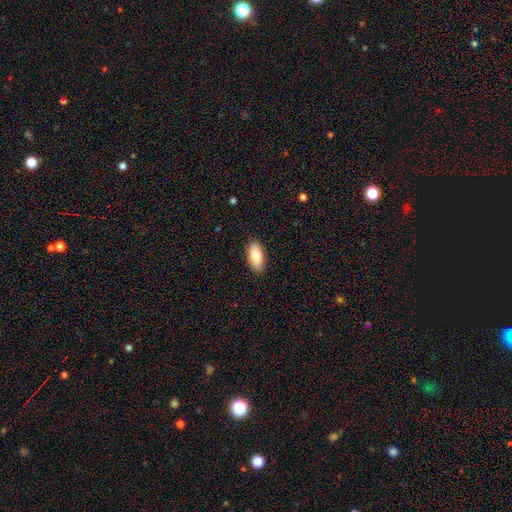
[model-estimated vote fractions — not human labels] smooth-or-featured: smooth: 86% | featured or disk: 8% | star or artifact: 6%
  how-rounded: in between: 92% | cigar-shaped: 6% | round: 2%
  merging: none: 88% | minor disturbance: 9% | major disturbance: 2% | merger: 1%